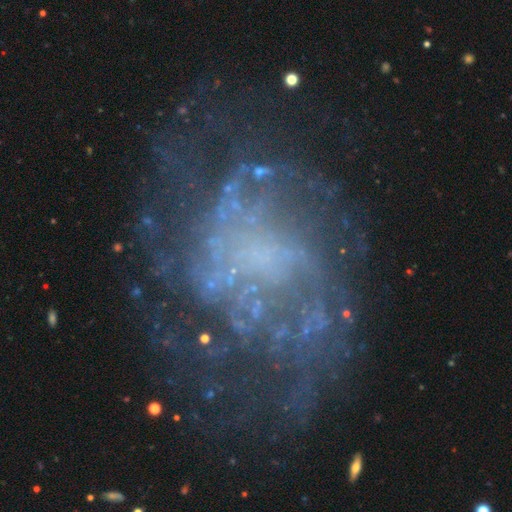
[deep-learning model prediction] Morphology: type=featured or disk (77%); edge-on=no (98%); bar=no (71%); spiral arms=yes (77%); winding=medium (38%); arm count=can't tell (44%); bulge=none (60%); merging=none (56%).